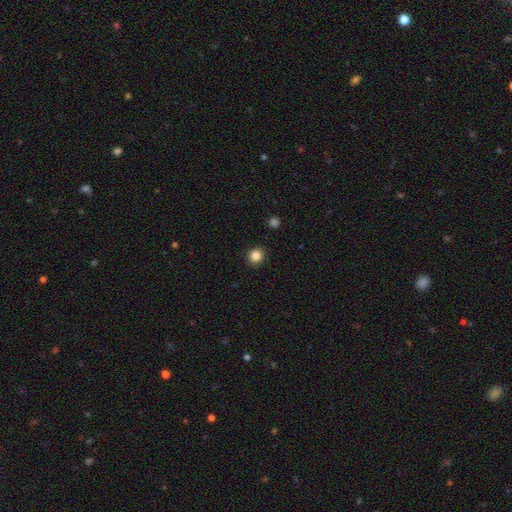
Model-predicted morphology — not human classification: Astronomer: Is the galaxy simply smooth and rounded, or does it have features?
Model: smooth — 85%.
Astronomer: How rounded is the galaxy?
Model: round — 91%.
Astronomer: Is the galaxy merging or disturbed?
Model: none — 92%.